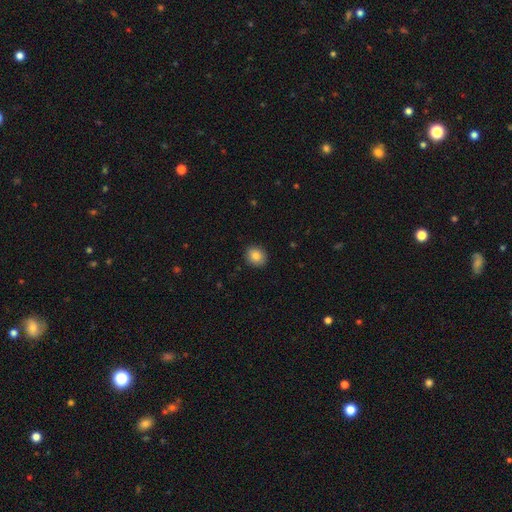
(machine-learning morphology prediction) type=smooth (84%); roundness=round (75%); merging=none (90%).